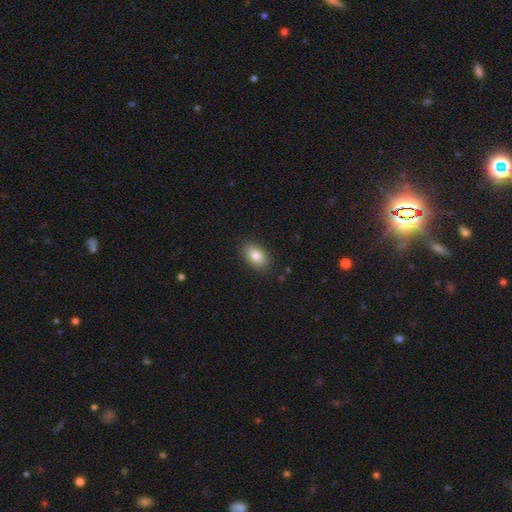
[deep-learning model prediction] Smooth or featured?
  - smooth: 83% *
  - featured or disk: 9%
  - star or artifact: 8%
How rounded?
  - in between: 89% *
  - round: 10%
  - cigar-shaped: 2%
Merging?
  - none: 87% *
  - minor disturbance: 10%
  - major disturbance: 2%
  - merger: 1%